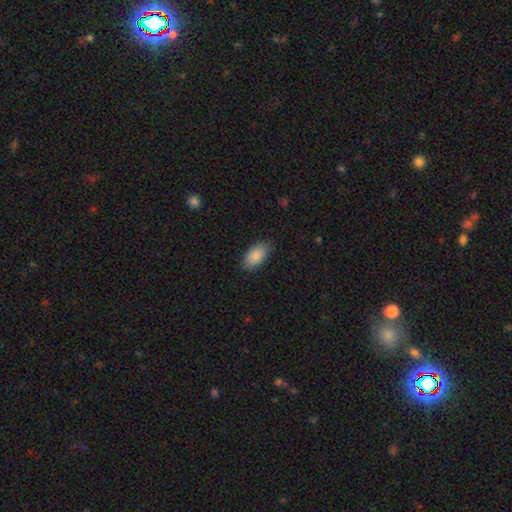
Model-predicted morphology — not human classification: Smooth or featured?
  - smooth: 87% *
  - star or artifact: 7%
  - featured or disk: 6%
How rounded?
  - in between: 94% *
  - round: 3%
  - cigar-shaped: 3%
Merging?
  - none: 84% *
  - minor disturbance: 12%
  - major disturbance: 3%
  - merger: 1%